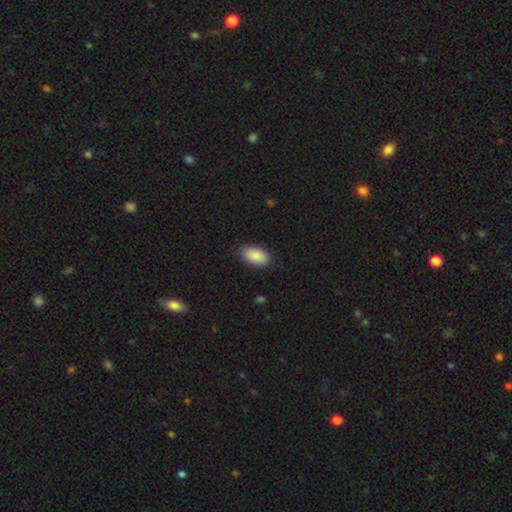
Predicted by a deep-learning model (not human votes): This is clearly a smooth galaxy (89%). How rounded: clearly in between (94%). Merging: clearly none (86%).